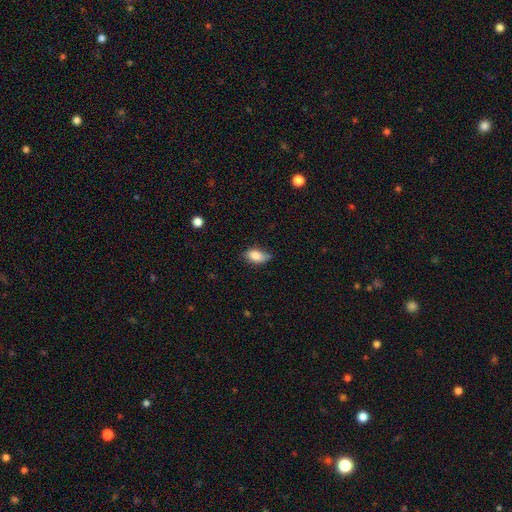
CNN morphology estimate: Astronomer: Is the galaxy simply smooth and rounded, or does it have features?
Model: smooth — 83%.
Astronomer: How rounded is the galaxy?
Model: in between — 90%.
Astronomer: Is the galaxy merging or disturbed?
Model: none — 52% (runner-up: minor disturbance, 37%).